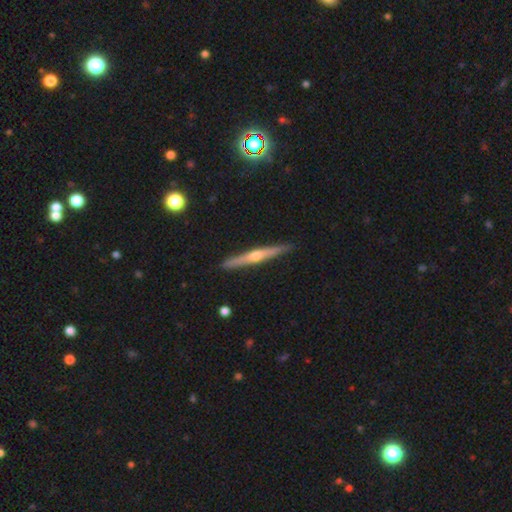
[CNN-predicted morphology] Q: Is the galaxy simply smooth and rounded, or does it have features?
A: featured or disk — 74%.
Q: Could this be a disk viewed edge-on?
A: yes — 98%.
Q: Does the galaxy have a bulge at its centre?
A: rounded — 88%.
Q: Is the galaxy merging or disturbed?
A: none — 92%.